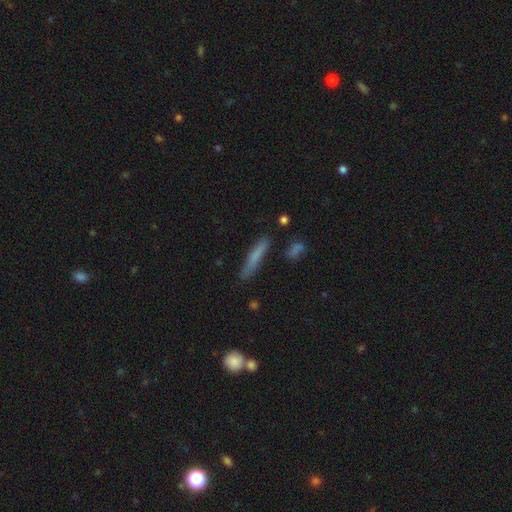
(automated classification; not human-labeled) This is likely a smooth galaxy (71%). How rounded: clearly cigar-shaped (93%). Merging: clearly none (82%).